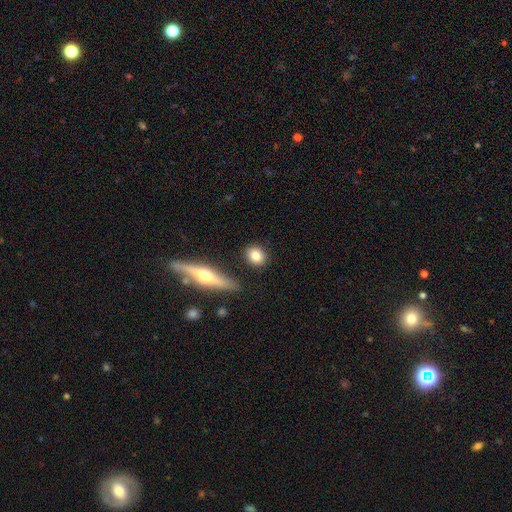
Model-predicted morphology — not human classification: Overall: smooth (81%). How rounded: round (64%; in between 31%). Merging: none (85%).